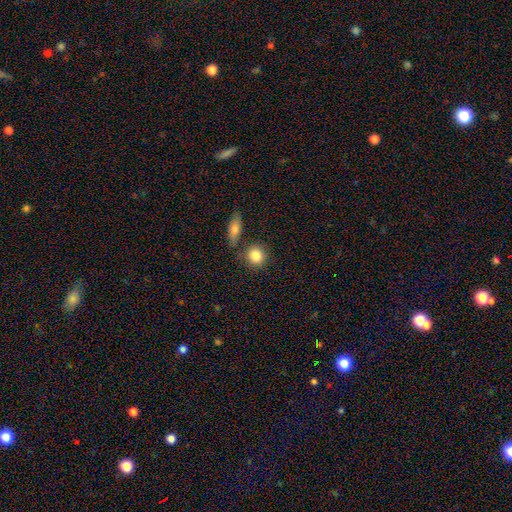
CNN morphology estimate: Smooth or featured? Predicted: smooth (p=0.84). How rounded? Predicted: round (p=0.77). Merging? Predicted: none (p=0.73).